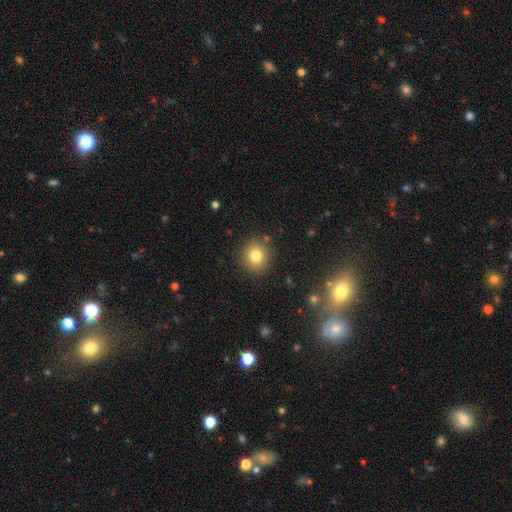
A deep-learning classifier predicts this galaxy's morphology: Smooth or featured?
  - smooth: 80% *
  - star or artifact: 12%
  - featured or disk: 8%
How rounded?
  - round: 87% *
  - in between: 12%
  - cigar-shaped: 1%
Merging?
  - none: 88% *
  - minor disturbance: 7%
  - major disturbance: 2%
  - merger: 2%